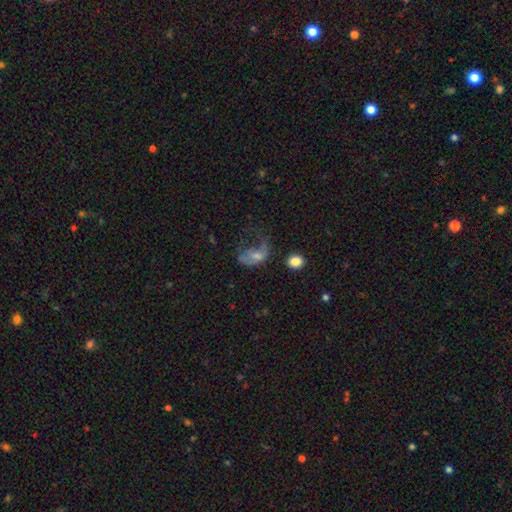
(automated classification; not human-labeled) Overall: smooth (51%; featured or disk 36%). How rounded: in between (80%). Merging: major disturbance (62%).